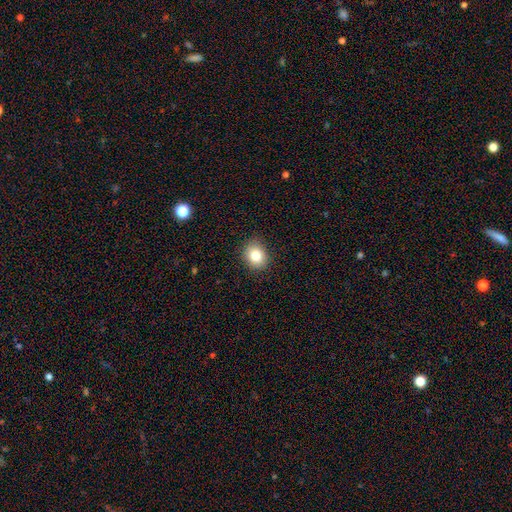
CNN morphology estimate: A smooth galaxy with no disk features (81%) that is round (65%). Merging: none (88%).